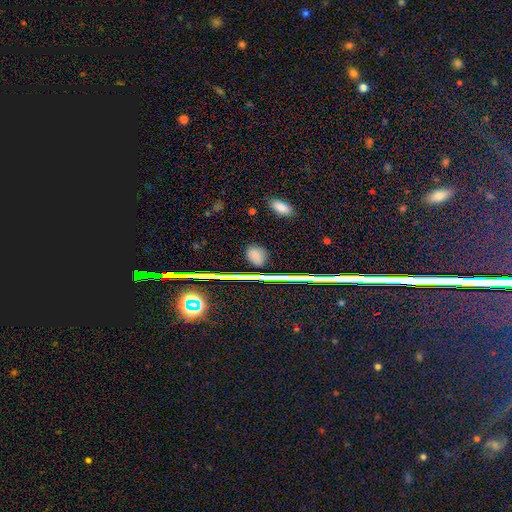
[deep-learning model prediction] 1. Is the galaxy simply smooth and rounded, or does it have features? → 59% smooth, 31% star or artifact, 10% featured or disk.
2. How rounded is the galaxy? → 47% in between, 45% round, 8% cigar-shaped.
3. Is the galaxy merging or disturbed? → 80% none, 13% minor disturbance, 4% major disturbance, 3% merger.